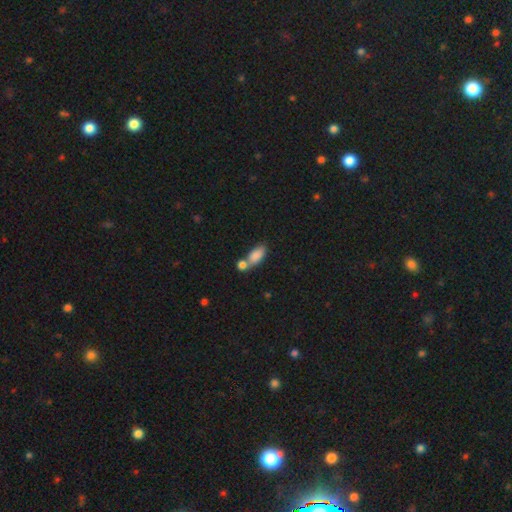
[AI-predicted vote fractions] Smooth or featured?
  - smooth: 84% *
  - featured or disk: 8%
  - star or artifact: 7%
How rounded?
  - in between: 85% *
  - cigar-shaped: 10%
  - round: 5%
Merging?
  - merger: 50% *
  - none: 35%
  - minor disturbance: 10%
  - major disturbance: 4%